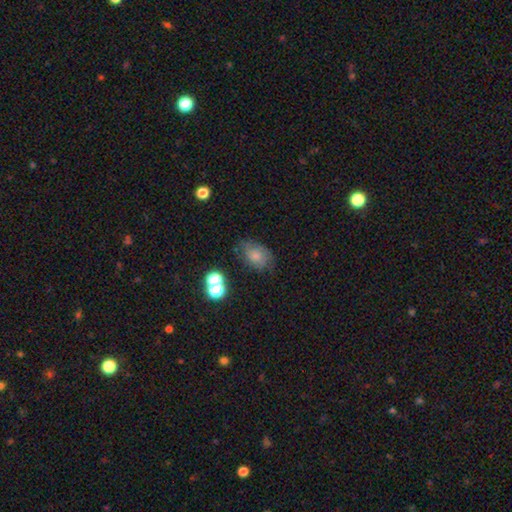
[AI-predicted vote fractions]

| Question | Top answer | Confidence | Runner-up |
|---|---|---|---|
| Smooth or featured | smooth | 58% | featured or disk (29%) |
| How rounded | in between | 76% | round (23%) |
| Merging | none | 59% | minor disturbance (26%) |